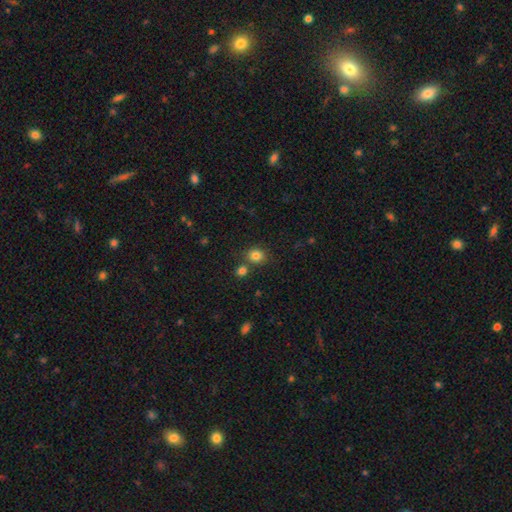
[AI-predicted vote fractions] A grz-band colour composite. It shows a smooth galaxy with no disk features (82%) that is round (74%). Merging: none (72%).